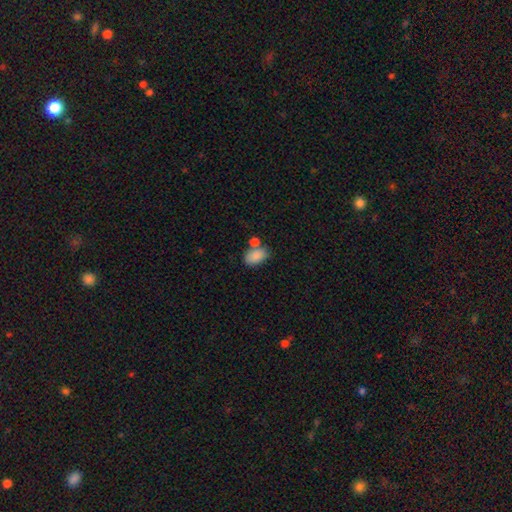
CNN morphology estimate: type=smooth (86%); roundness=in between (90%); merging=none (57%).